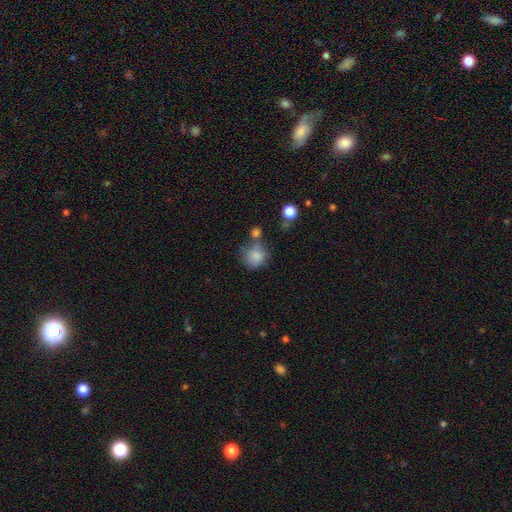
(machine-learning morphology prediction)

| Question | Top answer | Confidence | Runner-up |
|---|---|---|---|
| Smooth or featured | smooth | 83% | star or artifact (9%) |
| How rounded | round | 84% | in between (15%) |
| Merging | none | 52% | merger (20%) |